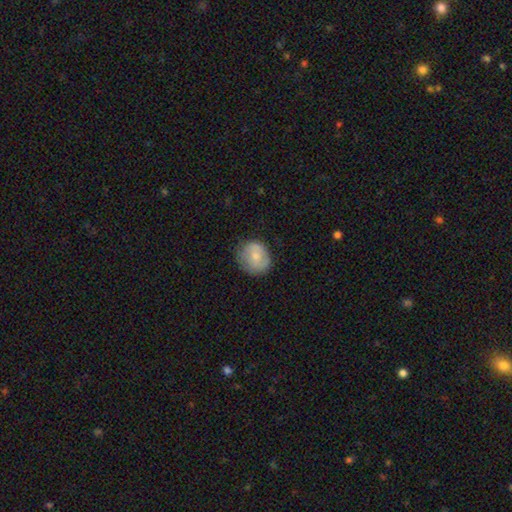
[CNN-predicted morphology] type=smooth (65%); roundness=round (81%); merging=none (71%).